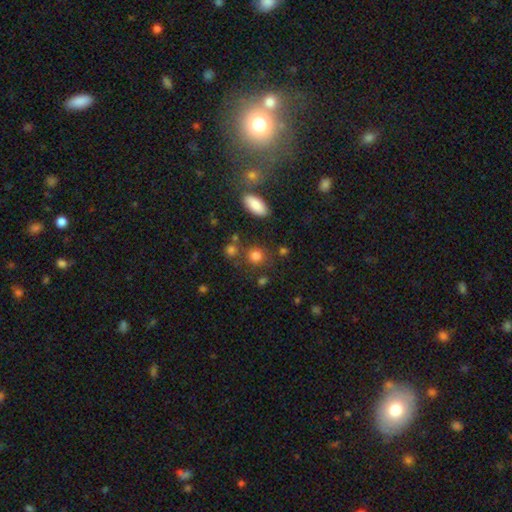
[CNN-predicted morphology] Smooth or featured?
  - smooth: 81% *
  - star or artifact: 13%
  - featured or disk: 6%
How rounded?
  - round: 83% *
  - in between: 16%
  - cigar-shaped: 2%
Merging?
  - none: 77% *
  - minor disturbance: 10%
  - merger: 9%
  - major disturbance: 4%